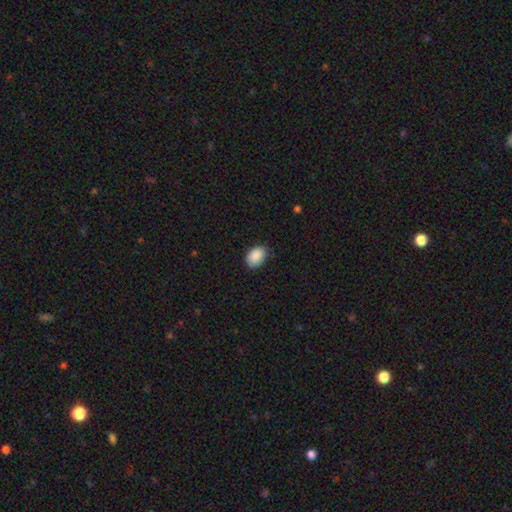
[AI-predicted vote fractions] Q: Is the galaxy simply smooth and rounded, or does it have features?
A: smooth — 90%.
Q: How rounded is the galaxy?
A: in between — 83%.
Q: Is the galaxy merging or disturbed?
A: none — 81%.